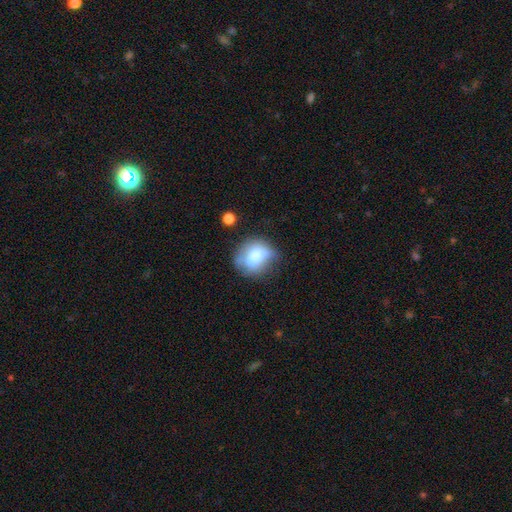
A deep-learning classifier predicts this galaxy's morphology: This appears to be a smooth galaxy with no disk features (58%) that is round (63%). Merging: none (51%).